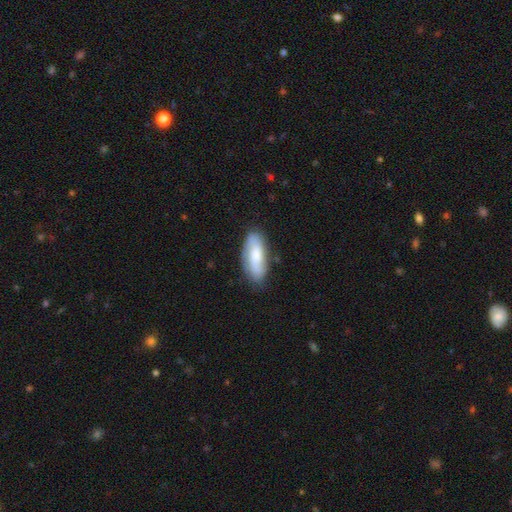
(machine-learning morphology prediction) Q: Smooth or featured?
A: smooth (57%); runner-up: featured or disk (36%)
Q: How rounded?
A: in between (77%); runner-up: cigar-shaped (20%)
Q: Merging?
A: none (76%); runner-up: minor disturbance (18%)